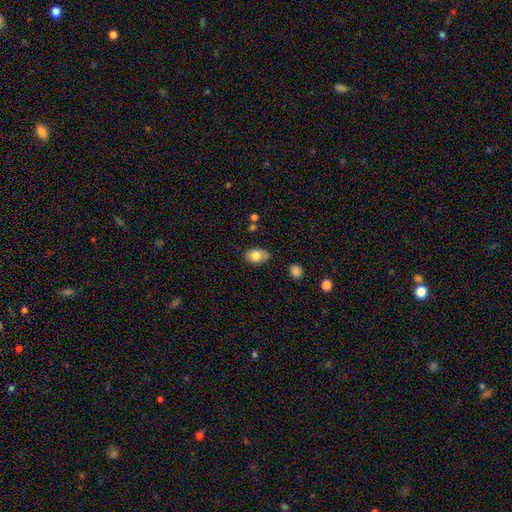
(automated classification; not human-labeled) A smooth galaxy with no disk features (79%) that is in between round and cigar-shaped (87%).

Vote fractions:
- Smooth or featured? smooth: 79% / featured or disk: 13% / star or artifact: 8%
- How rounded? in between: 87% / round: 12% / cigar-shaped: 1%
- Merging? none: 76% / minor disturbance: 18% / major disturbance: 3% / merger: 2%